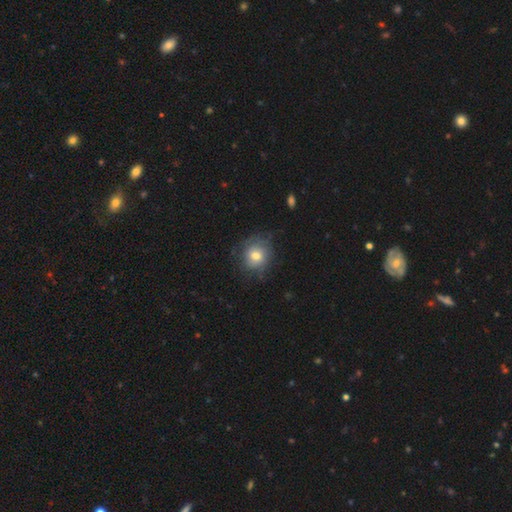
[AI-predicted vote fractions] Smooth or featured? smooth (72%)
How rounded? round (82%)
Merging? none (70%)